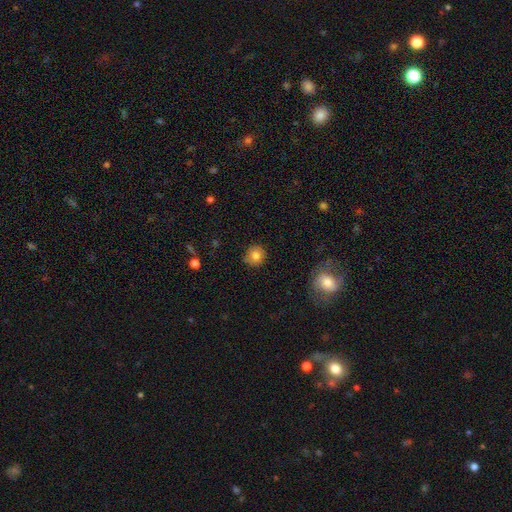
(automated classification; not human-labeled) Smooth or featured: smooth — 80% (star or artifact — 10%)
How rounded: round — 90% (in between — 9%)
Merging: none — 85% (minor disturbance — 11%)